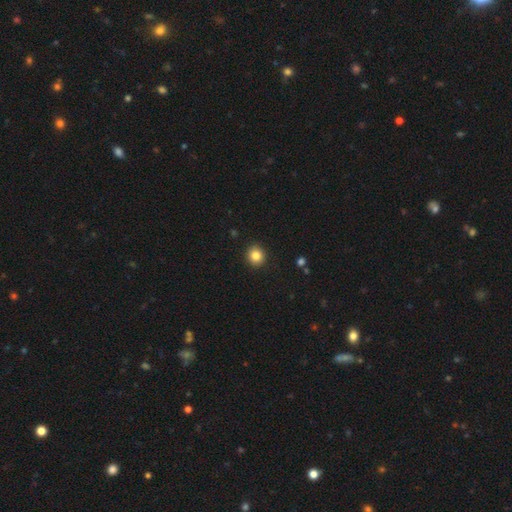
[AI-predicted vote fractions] Q: Smooth or featured?
A: smooth (84%); runner-up: star or artifact (10%)
Q: How rounded?
A: round (87%); runner-up: in between (12%)
Q: Merging?
A: none (91%); runner-up: minor disturbance (6%)